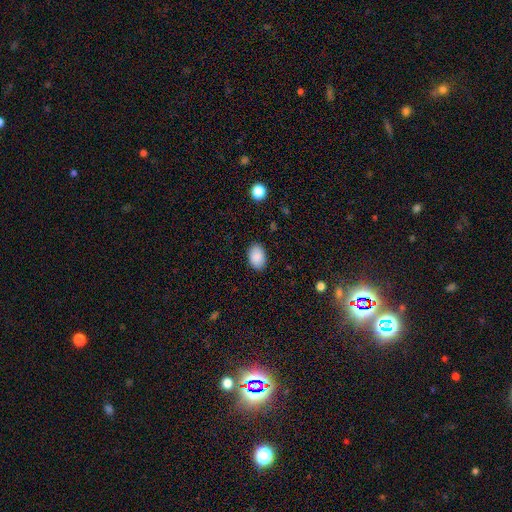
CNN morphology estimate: smooth_or_featured: smooth (p=0.89) [alt: star or artifact p=0.07]
how_rounded: in between (p=0.86) [alt: round p=0.13]
merging: none (p=0.88) [alt: minor disturbance p=0.09]